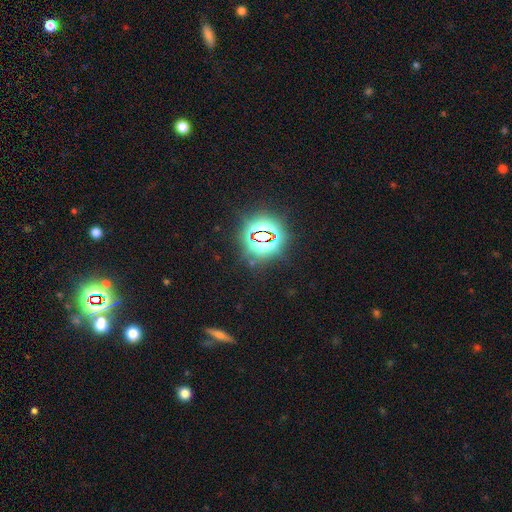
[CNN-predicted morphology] A star or artifact, not a galaxy (79%).

Vote fractions:
- Smooth or featured? star or artifact: 79% / smooth: 14% / featured or disk: 8%